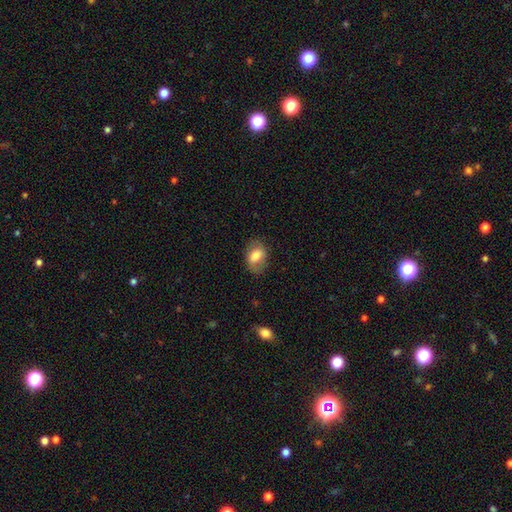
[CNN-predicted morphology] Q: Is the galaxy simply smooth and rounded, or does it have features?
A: smooth — 71%.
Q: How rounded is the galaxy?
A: in between — 81%.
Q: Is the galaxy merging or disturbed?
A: none — 76%.